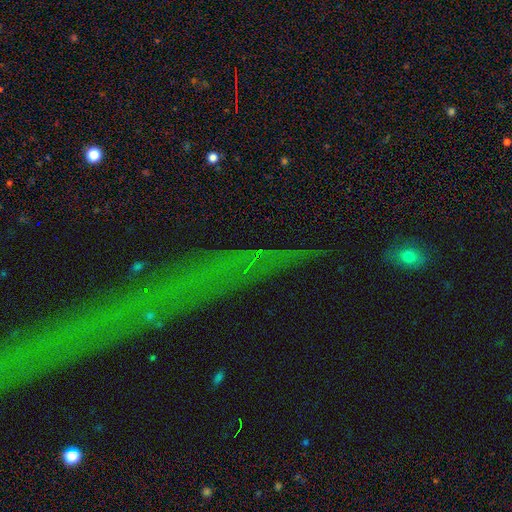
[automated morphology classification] Smooth or featured? star or artifact (68%)